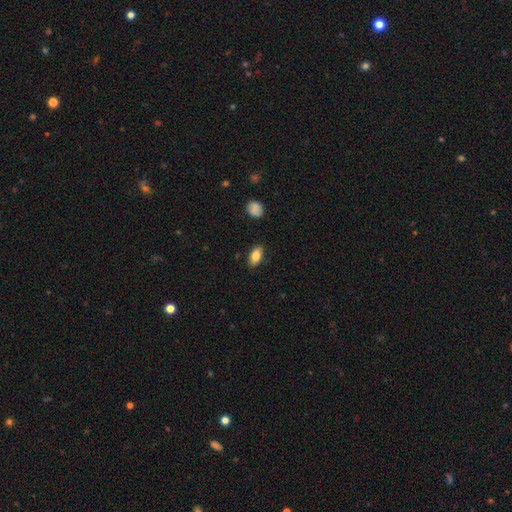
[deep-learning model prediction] Smooth or featured? Predicted: smooth (p=0.83). How rounded? Predicted: in between (p=0.91). Merging? Predicted: none (p=0.86).